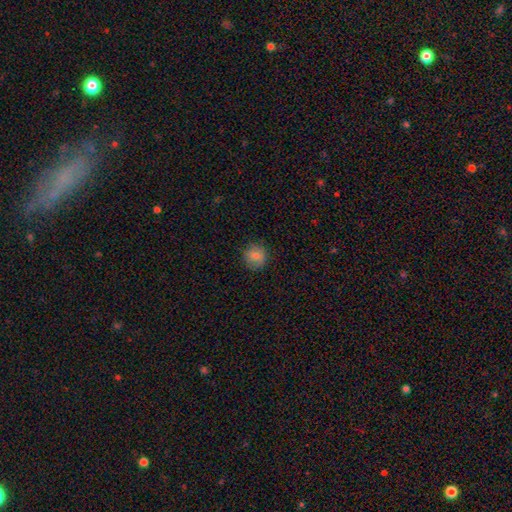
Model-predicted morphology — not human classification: Smooth or featured? Predicted: smooth (p=0.84). How rounded? Predicted: round (p=0.91). Merging? Predicted: none (p=0.86).